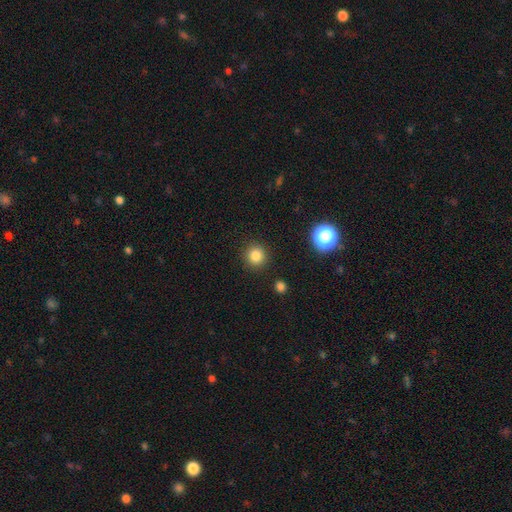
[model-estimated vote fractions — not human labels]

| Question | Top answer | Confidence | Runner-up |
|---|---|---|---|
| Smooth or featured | smooth | 83% | star or artifact (13%) |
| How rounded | round | 91% | in between (8%) |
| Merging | none | 90% | minor disturbance (6%) |